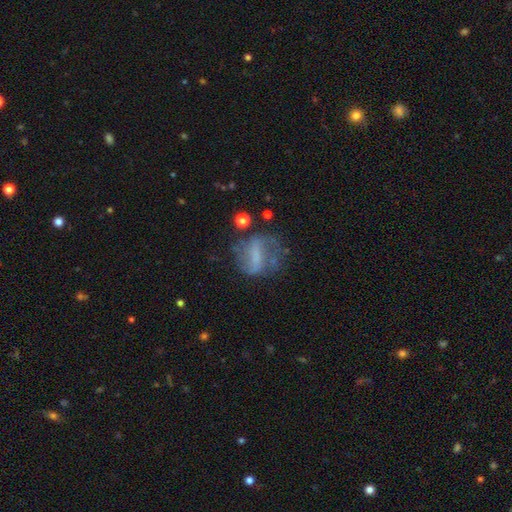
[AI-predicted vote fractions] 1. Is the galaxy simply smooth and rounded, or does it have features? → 58% featured or disk, 30% smooth, 12% star or artifact.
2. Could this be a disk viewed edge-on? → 95% no, 5% yes.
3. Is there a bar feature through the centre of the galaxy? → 38% weak (tied), 38% strong (tied), 25% no.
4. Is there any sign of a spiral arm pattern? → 61% yes, 39% no.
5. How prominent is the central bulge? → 50% none, 30% small, 15% moderate, 4% large, 1% dominant.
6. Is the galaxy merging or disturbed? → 50% none, 23% major disturbance, 22% minor disturbance, 5% merger.